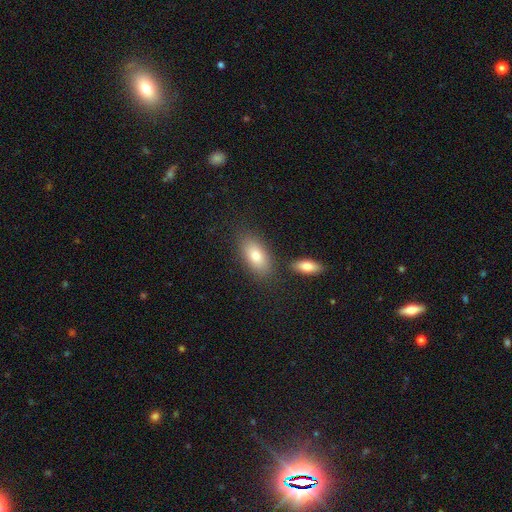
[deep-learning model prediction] smooth_or_featured: smooth (p=0.79) [alt: featured or disk p=0.13]
how_rounded: in between (p=0.90) [alt: cigar-shaped p=0.05]
merging: none (p=0.76) [alt: minor disturbance p=0.11]